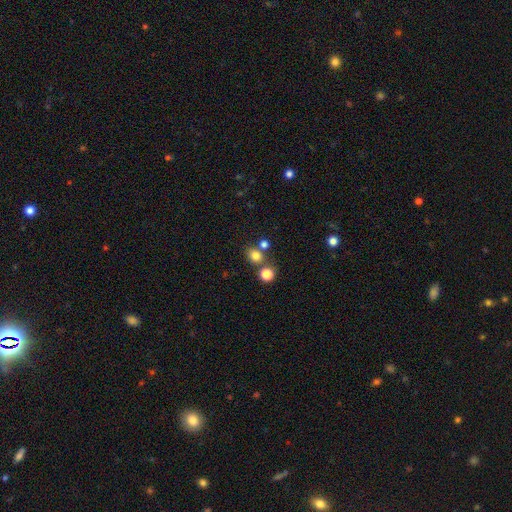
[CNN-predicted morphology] smooth-or-featured: smooth: 78% | star or artifact: 15% | featured or disk: 7%
  how-rounded: round: 71% | in between: 28% | cigar-shaped: 1%
  merging: none: 66% | merger: 22% | minor disturbance: 9% | major disturbance: 4%